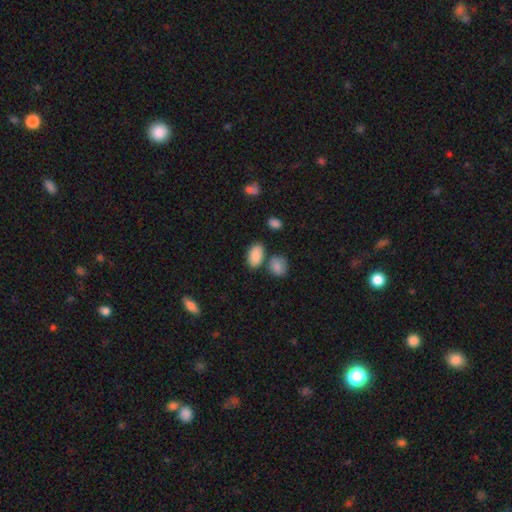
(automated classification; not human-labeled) Smooth or featured?
  - smooth: 86% *
  - star or artifact: 8%
  - featured or disk: 7%
How rounded?
  - in between: 90% *
  - round: 8%
  - cigar-shaped: 2%
Merging?
  - none: 68% *
  - minor disturbance: 14%
  - merger: 13%
  - major disturbance: 4%